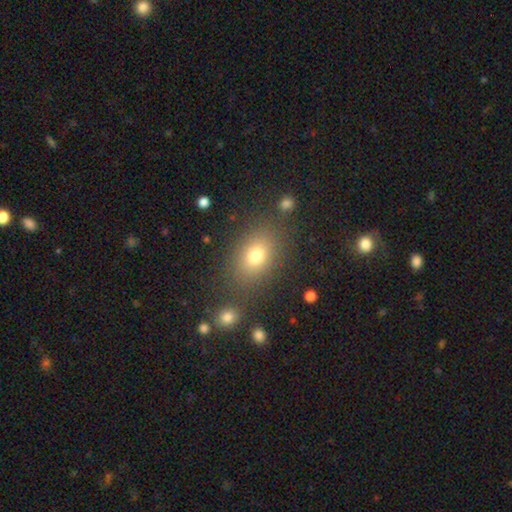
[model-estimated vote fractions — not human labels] The model was most divided on "how rounded": in between: 74%, round: 24%, cigar-shaped: 2%. More confident: merging — none (80%); smooth or featured — smooth (76%).